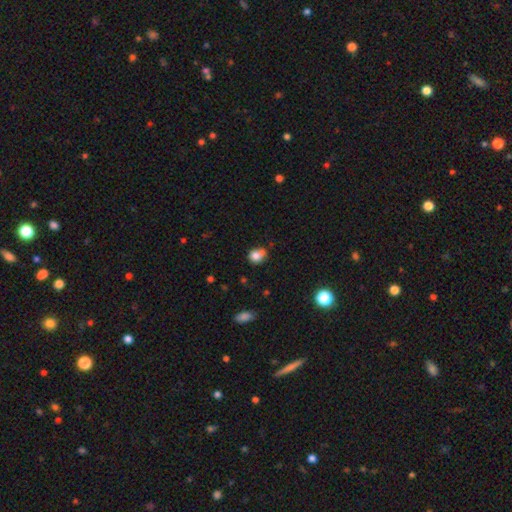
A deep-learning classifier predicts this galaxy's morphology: A smooth galaxy with no disk features (78%) that is round (67%). Merging: none (47%).